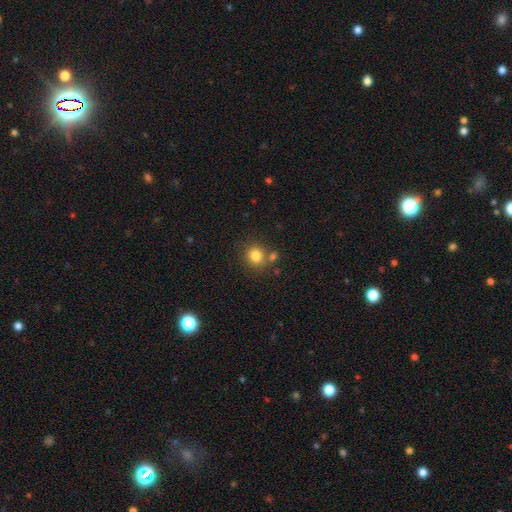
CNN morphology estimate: Smooth or featured: smooth — 82% (star or artifact — 11%)
How rounded: round — 82% (in between — 17%)
Merging: none — 69% (merger — 17%)